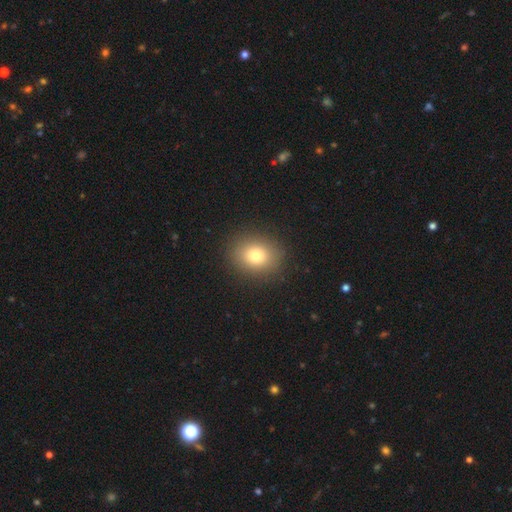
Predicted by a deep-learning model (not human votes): smooth_or_featured: smooth (p=0.78) [alt: star or artifact p=0.12]
how_rounded: round (p=0.65) [alt: in between p=0.34]
merging: none (p=0.90) [alt: minor disturbance p=0.07]